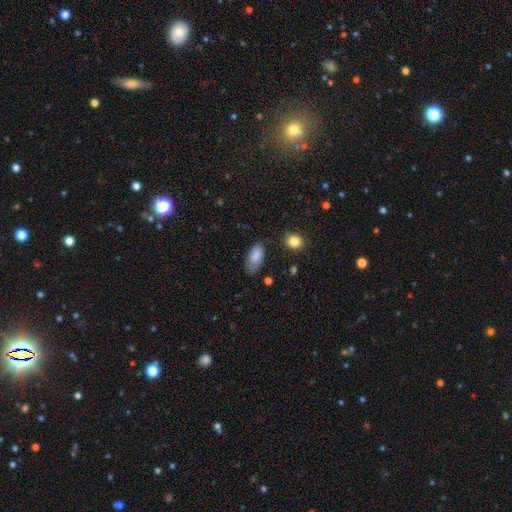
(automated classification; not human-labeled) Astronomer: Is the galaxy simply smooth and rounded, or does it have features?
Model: smooth — 84%.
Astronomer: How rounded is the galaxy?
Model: in between — 90%.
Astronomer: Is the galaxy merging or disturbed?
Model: none — 62%.